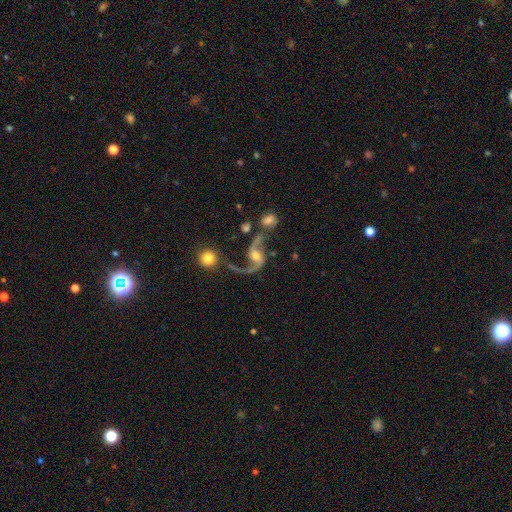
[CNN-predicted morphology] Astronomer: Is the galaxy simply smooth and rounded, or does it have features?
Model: featured or disk — 89%.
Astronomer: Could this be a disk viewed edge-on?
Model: no — 97%.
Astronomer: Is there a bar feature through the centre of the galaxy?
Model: no — 46% (runner-up: weak, 38%).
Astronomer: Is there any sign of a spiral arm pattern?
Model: yes — 97%.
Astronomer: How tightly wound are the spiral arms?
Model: loose — 84%.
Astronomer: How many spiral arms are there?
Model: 2 — 91%.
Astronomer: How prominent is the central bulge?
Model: moderate — 56%.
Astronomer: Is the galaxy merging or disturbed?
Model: none — 53%.